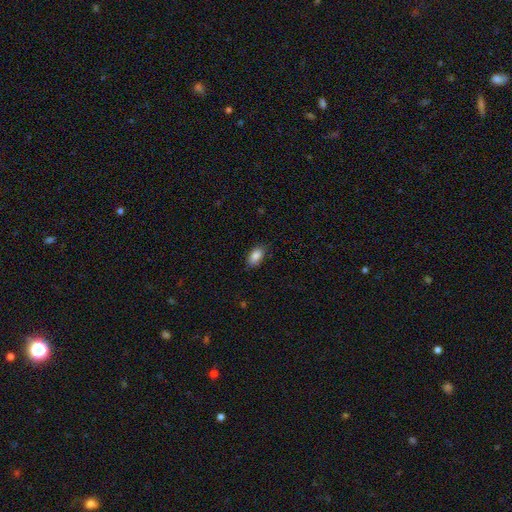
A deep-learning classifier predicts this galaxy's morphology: Smooth or featured?
  - smooth: 87% *
  - star or artifact: 7%
  - featured or disk: 5%
How rounded?
  - in between: 92% *
  - round: 6%
  - cigar-shaped: 2%
Merging?
  - none: 80% *
  - minor disturbance: 16%
  - major disturbance: 3%
  - merger: 1%